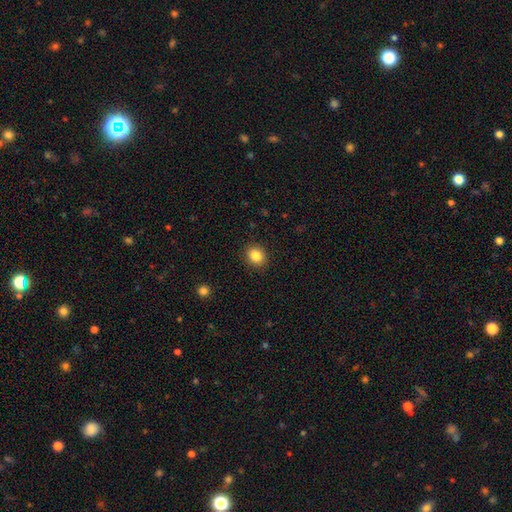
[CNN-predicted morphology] Smooth or featured? smooth (84%)
How rounded? round (75%)
Merging? none (90%)